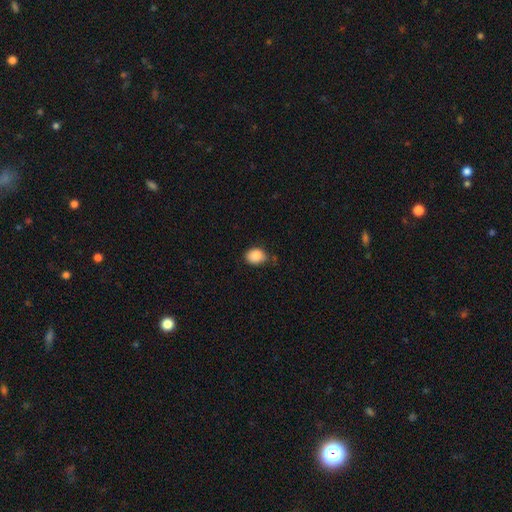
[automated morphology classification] Smooth or featured?
  - smooth: 88% *
  - star or artifact: 8%
  - featured or disk: 4%
How rounded?
  - in between: 54% *
  - round: 45%
  - cigar-shaped: 1%
Merging?
  - none: 66% *
  - minor disturbance: 26%
  - major disturbance: 5%
  - merger: 3%